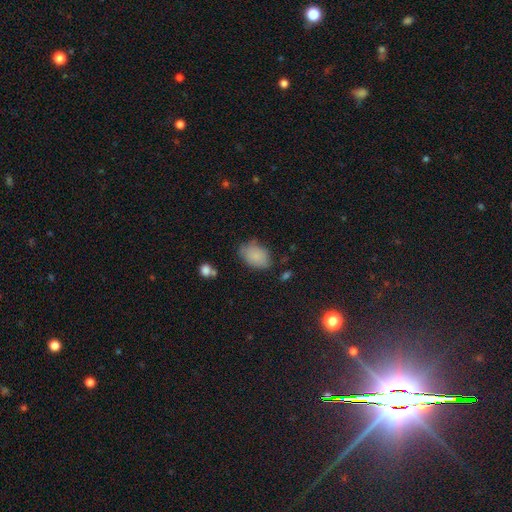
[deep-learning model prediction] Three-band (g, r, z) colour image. It shows a smooth galaxy with no disk features (84%) that is in between round and cigar-shaped (83%). Merging: none (67%).